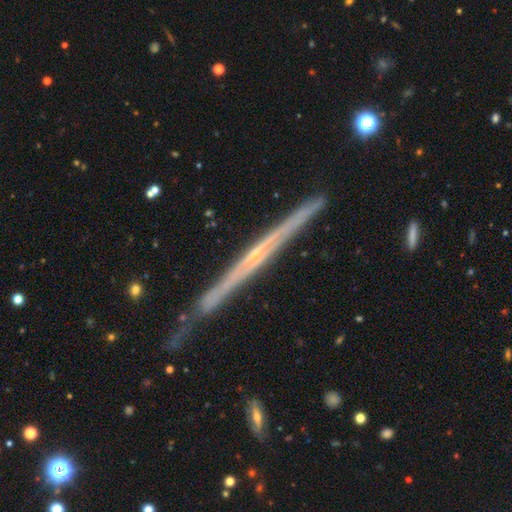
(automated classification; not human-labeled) Smooth or featured? Predicted: featured or disk (p=0.84). Edge-on disk? Predicted: yes (p=0.97). Edge-on bulge? Predicted: rounded (p=0.57). Merging? Predicted: none (p=0.77).